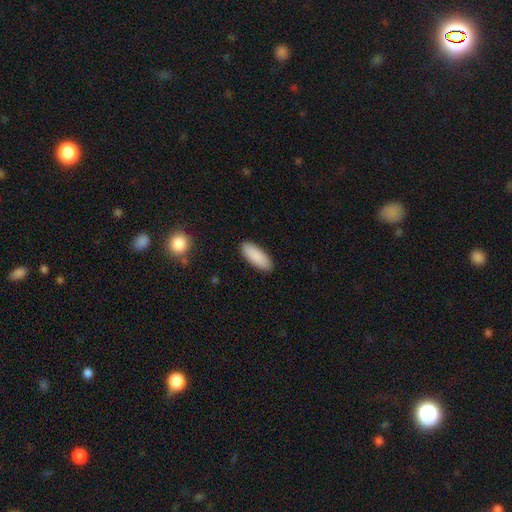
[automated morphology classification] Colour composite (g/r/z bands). It shows a smooth galaxy with no disk features (90%) that is in between round and cigar-shaped (72%). Merging: none (90%).